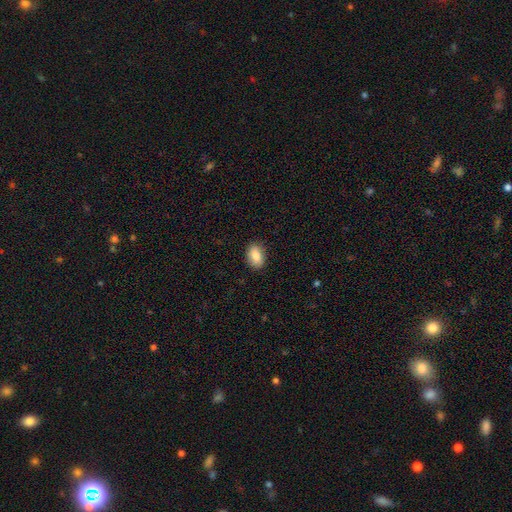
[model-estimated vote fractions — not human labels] smooth 86%, star or artifact 7%, featured or disk 7%. Down the decision tree: how rounded — in between (87%); merging — none (87%).